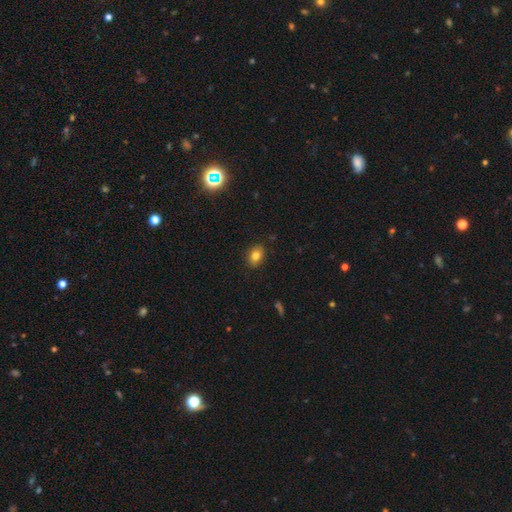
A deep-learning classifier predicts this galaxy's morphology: smooth_or_featured: smooth (p=0.80) [alt: star or artifact p=0.11]
how_rounded: in between (p=0.67) [alt: round p=0.32]
merging: none (p=0.87) [alt: minor disturbance p=0.10]